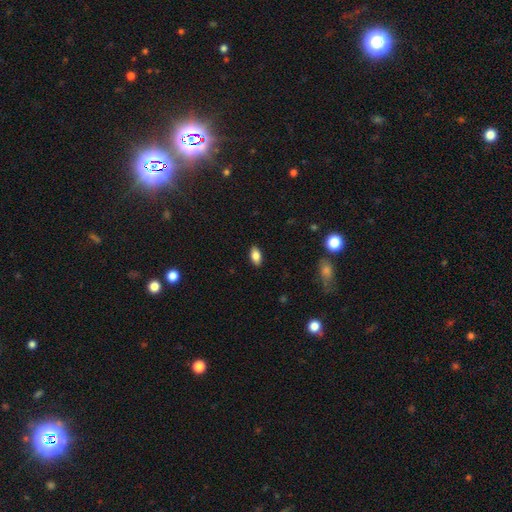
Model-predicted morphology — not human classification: smooth 84%, star or artifact 8%, featured or disk 8%. Down the decision tree: how rounded — in between (92%); merging — none (89%).